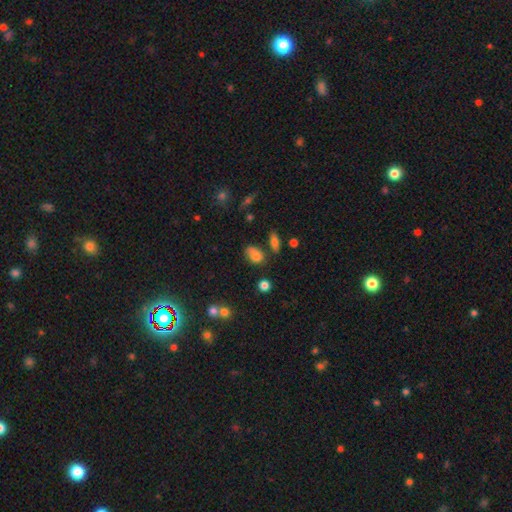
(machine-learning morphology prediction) This is likely a smooth galaxy (76%). How rounded: likely in between (75%). Merging: possibly none (56%).